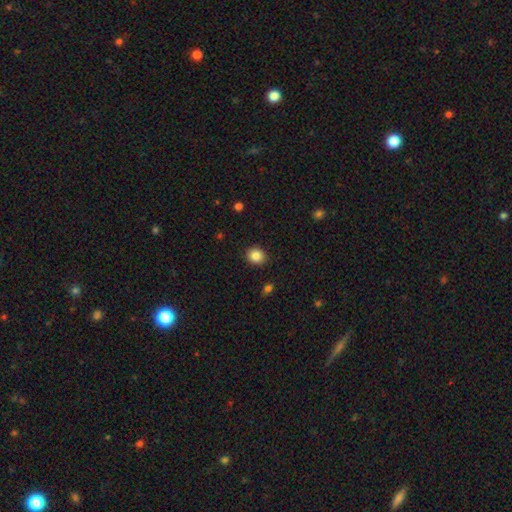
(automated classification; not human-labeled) A smooth galaxy with no disk features (86%) that is round (73%).

Vote fractions:
- Smooth or featured? smooth: 86% / star or artifact: 10% / featured or disk: 5%
- How rounded? round: 73% / in between: 27% / cigar-shaped: 1%
- Merging? none: 90% / minor disturbance: 6% / major disturbance: 2% / merger: 1%